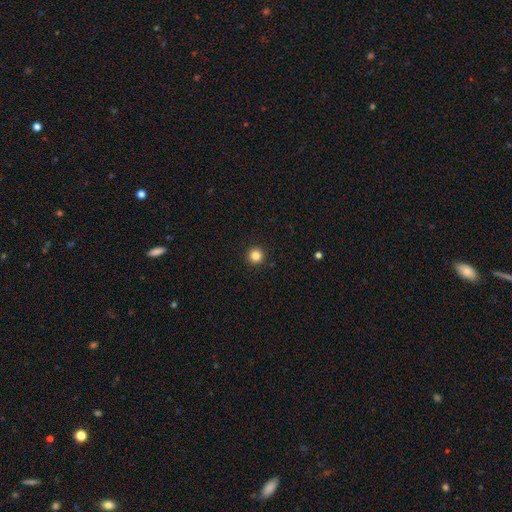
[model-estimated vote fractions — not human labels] A smooth galaxy with no disk features (83%) that is round (96%). Merging: none (94%).